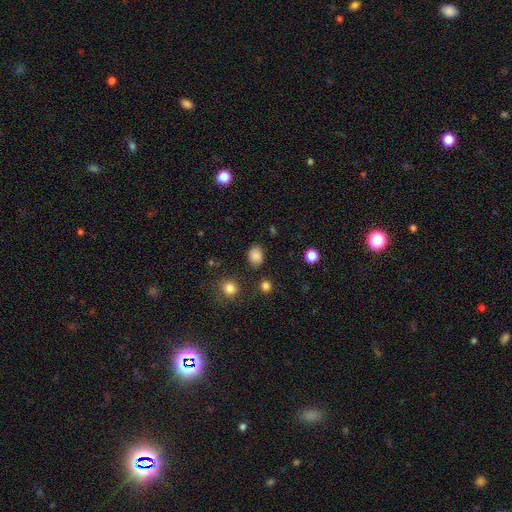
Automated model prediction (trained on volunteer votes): Smooth or featured?
  - smooth: 84% *
  - star or artifact: 11%
  - featured or disk: 5%
How rounded?
  - in between: 61% *
  - round: 38%
  - cigar-shaped: 1%
Merging?
  - none: 82% *
  - minor disturbance: 12%
  - major disturbance: 3%
  - merger: 2%